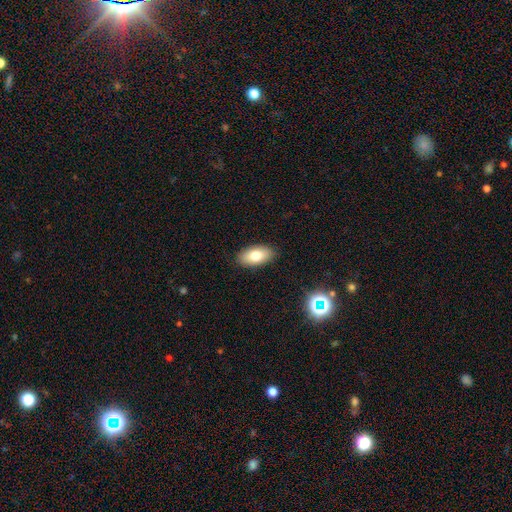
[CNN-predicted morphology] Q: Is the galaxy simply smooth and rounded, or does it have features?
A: smooth — 77%.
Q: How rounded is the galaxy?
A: in between — 92%.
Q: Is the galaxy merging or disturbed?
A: none — 88%.